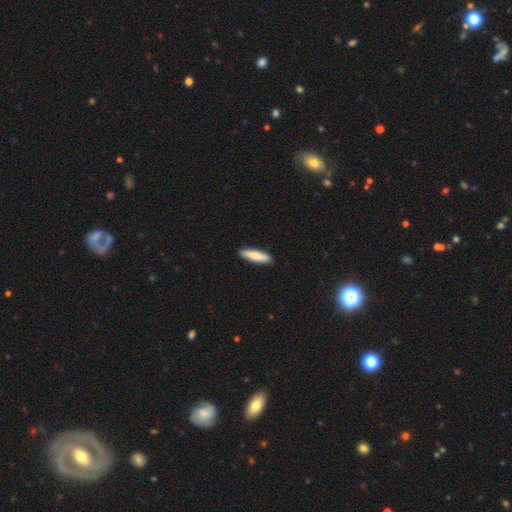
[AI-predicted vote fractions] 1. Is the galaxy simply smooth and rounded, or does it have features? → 80% smooth, 14% featured or disk, 5% star or artifact.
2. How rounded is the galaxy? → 65% cigar-shaped, 34% in between, 2% round.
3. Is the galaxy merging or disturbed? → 90% none, 8% minor disturbance, 1% major disturbance, 1% merger.